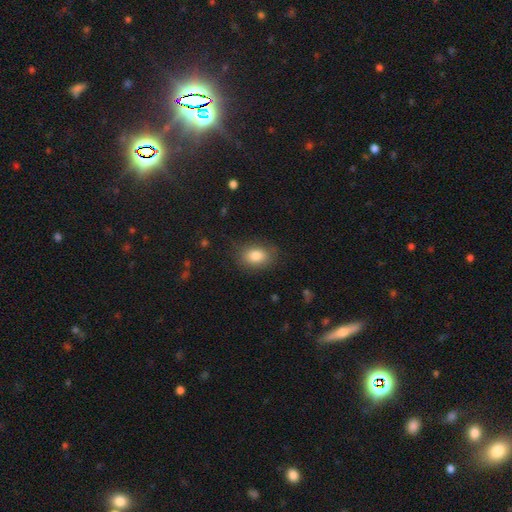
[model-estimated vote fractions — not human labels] The model was most divided on "how rounded": in between: 74%, round: 25%, cigar-shaped: 1%. More confident: smooth or featured — smooth (84%); merging — none (79%).